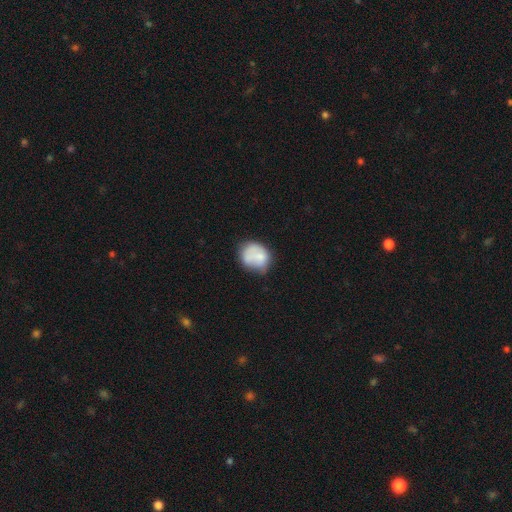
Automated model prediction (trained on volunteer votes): This is likely a smooth galaxy (68%). How rounded: likely round (63%). Merging: possibly none (46%).